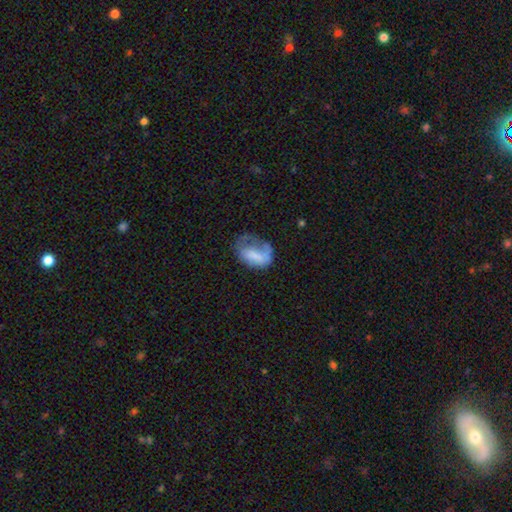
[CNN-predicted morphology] This is possibly a smooth galaxy (55%). How rounded: likely in between (76%). Merging: marginally major disturbance (45%).